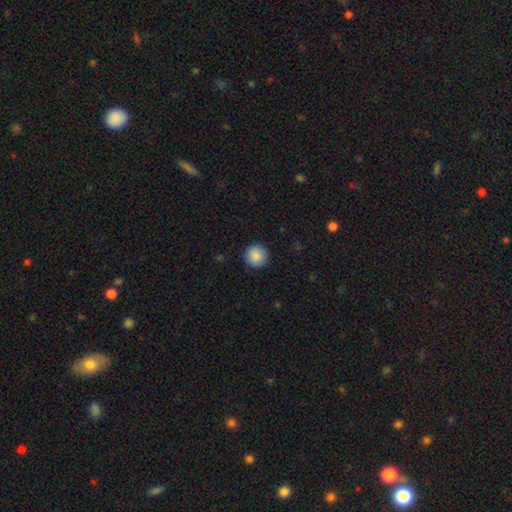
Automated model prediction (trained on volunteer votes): A smooth galaxy with no disk features (89%) that is round (95%).

Vote fractions:
- Smooth or featured? smooth: 89% / star or artifact: 8% / featured or disk: 3%
- How rounded? round: 95% / in between: 4% / cigar-shaped: 1%
- Merging? none: 92% / minor disturbance: 6% / major disturbance: 2% / merger: 1%